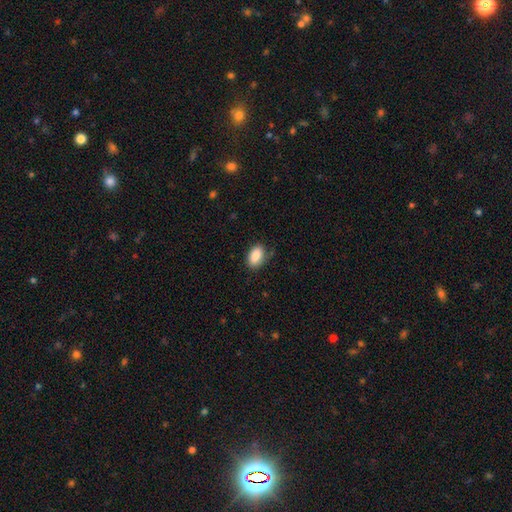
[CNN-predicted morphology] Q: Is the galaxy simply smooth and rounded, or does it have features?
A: smooth — 87%.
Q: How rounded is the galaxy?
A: in between — 91%.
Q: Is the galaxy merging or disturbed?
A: none — 74%.